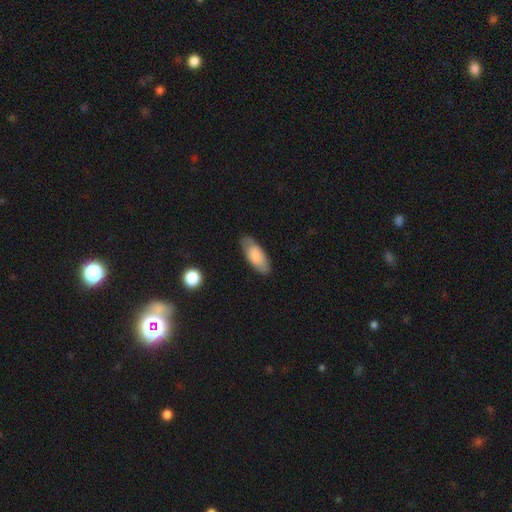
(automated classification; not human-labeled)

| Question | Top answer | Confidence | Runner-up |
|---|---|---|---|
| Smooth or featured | smooth | 78% | featured or disk (16%) |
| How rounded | in between | 84% | cigar-shaped (14%) |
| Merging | none | 74% | minor disturbance (20%) |